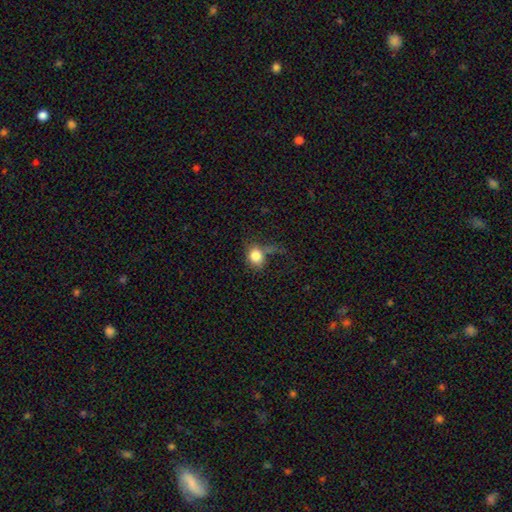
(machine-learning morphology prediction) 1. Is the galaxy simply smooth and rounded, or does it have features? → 81% smooth, 10% star or artifact, 9% featured or disk.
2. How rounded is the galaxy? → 57% round, 41% in between, 1% cigar-shaped.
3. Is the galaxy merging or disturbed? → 48% none, 24% minor disturbance, 22% major disturbance, 7% merger.